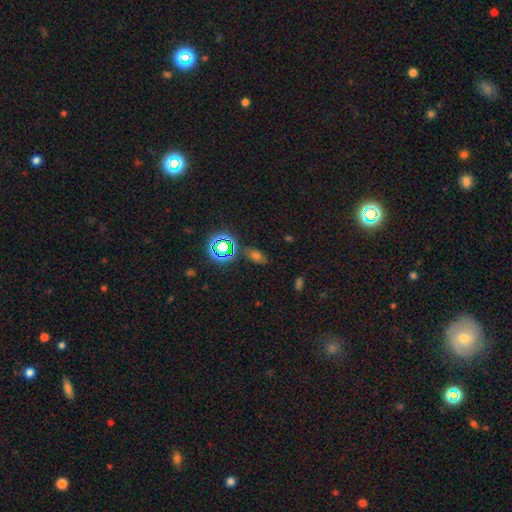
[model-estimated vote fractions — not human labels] Smooth or featured?
  - smooth: 47% *
  - star or artifact: 42%
  - featured or disk: 11%
Merging?
  - none: 77% *
  - minor disturbance: 13%
  - merger: 5%
  - major disturbance: 5%